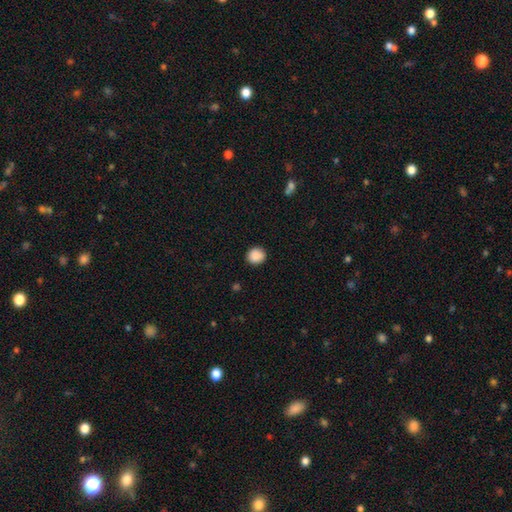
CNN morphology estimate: This appears to be a smooth galaxy with no disk features (89%) that is round (88%). Merging: none (90%).